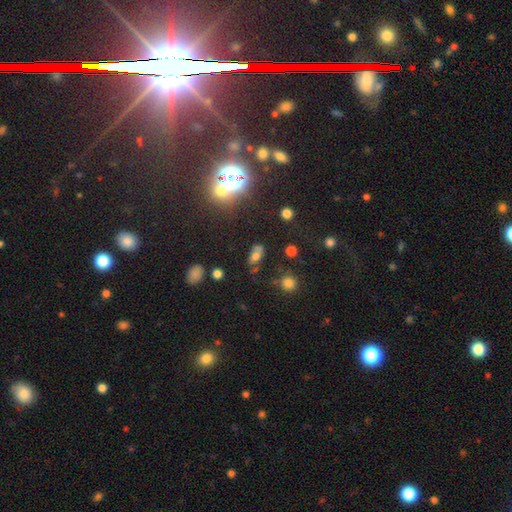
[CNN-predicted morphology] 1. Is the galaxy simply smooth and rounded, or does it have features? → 61% smooth, 21% star or artifact, 18% featured or disk.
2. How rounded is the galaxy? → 79% in between, 14% round, 7% cigar-shaped.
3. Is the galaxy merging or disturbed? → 52% none, 20% minor disturbance, 19% merger, 9% major disturbance.